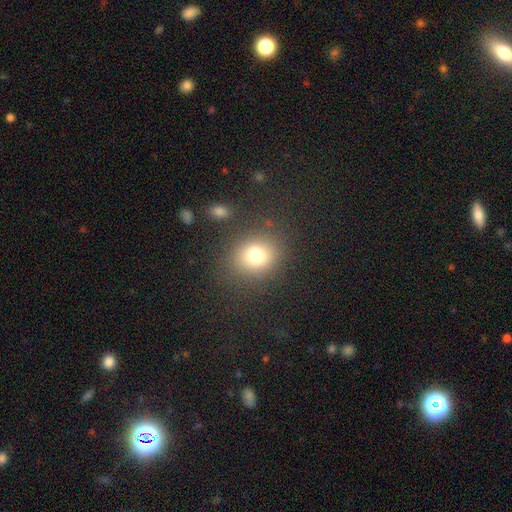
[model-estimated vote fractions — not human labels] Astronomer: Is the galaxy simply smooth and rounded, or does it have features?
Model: smooth — 76%.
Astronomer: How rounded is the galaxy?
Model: round — 69%.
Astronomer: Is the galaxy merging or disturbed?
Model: none — 81%.